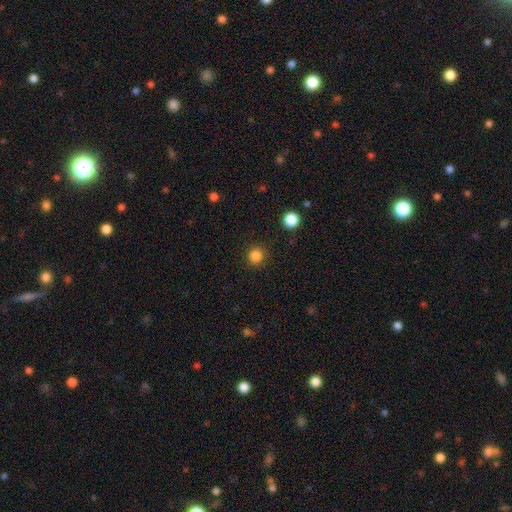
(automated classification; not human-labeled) Smooth or featured? Predicted: smooth (p=0.84). How rounded? Predicted: round (p=0.94). Merging? Predicted: none (p=0.91).